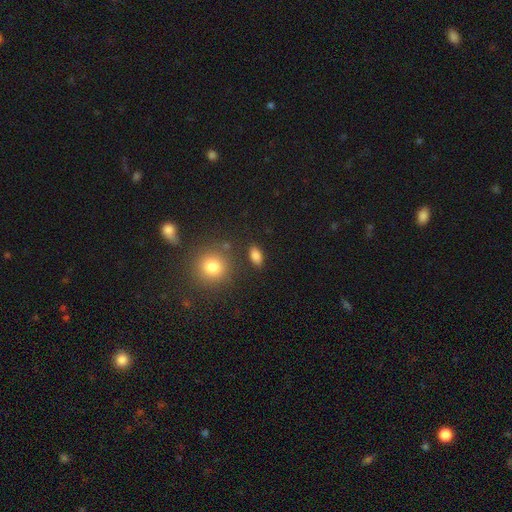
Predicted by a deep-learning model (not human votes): Overall: smooth (85%). How rounded: in between (85%). Merging: none (83%).